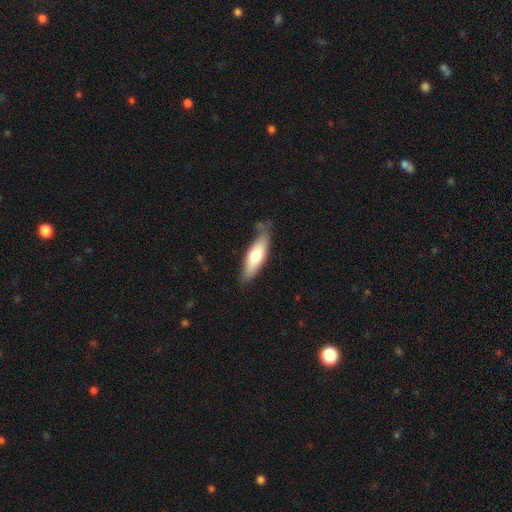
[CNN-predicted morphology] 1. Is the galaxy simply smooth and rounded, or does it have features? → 70% smooth, 25% featured or disk, 5% star or artifact.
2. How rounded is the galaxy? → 52% in between, 47% cigar-shaped, 2% round.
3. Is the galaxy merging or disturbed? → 70% none, 22% minor disturbance, 5% major disturbance, 3% merger.